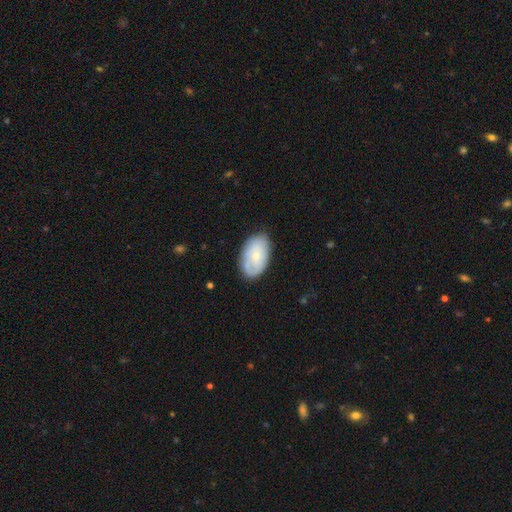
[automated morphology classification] Smooth or featured: smooth — 57% (featured or disk — 36%)
How rounded: in between — 92% (round — 7%)
Merging: none — 74% (minor disturbance — 20%)